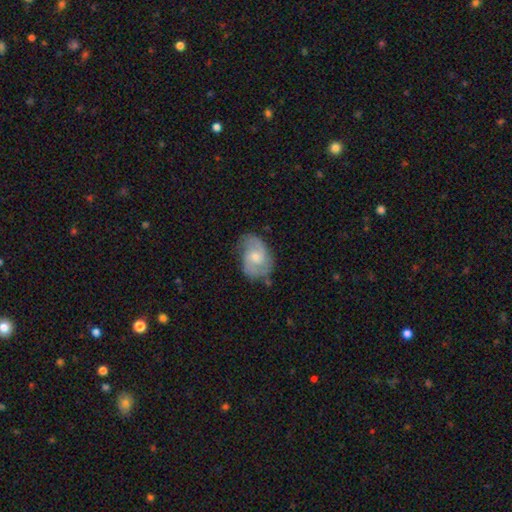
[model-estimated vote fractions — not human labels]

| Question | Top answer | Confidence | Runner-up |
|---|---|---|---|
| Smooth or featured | featured or disk | 72% | smooth (21%) |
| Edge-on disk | no | 97% | yes (3%) |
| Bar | no | 60% | weak (35%) |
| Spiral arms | yes | 92% | no (8%) |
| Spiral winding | medium | 48% | tight (30%) |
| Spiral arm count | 2 | 80% | can't tell (10%) |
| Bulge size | moderate | 50% | small (43%) |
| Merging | none | 67% | minor disturbance (24%) |